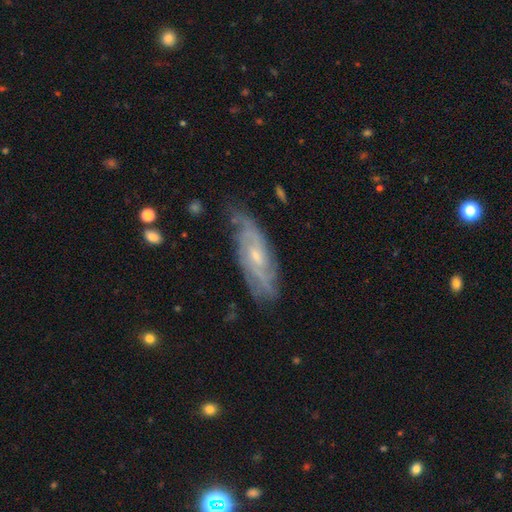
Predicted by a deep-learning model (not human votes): Smooth or featured?
  - featured or disk: 80% *
  - smooth: 14%
  - star or artifact: 6%
Edge-on disk?
  - no: 85% *
  - yes: 15%
Bar?
  - no: 58% *
  - weak: 36%
  - strong: 6%
Spiral arms?
  - yes: 93% *
  - no: 7%
Spiral winding?
  - tight: 52% *
  - medium: 37%
  - loose: 11%
Spiral arm count?
  - can't tell: 40% *
  - 2: 29%
  - 3: 15%
  - 4: 8%
  - 1: 4%
  - more than 4: 4%
Bulge size?
  - small: 58% *
  - moderate: 37%
  - none: 3%
  - large: 1%
  - dominant: 1%
Merging?
  - none: 70% *
  - minor disturbance: 23%
  - major disturbance: 6%
  - merger: 2%